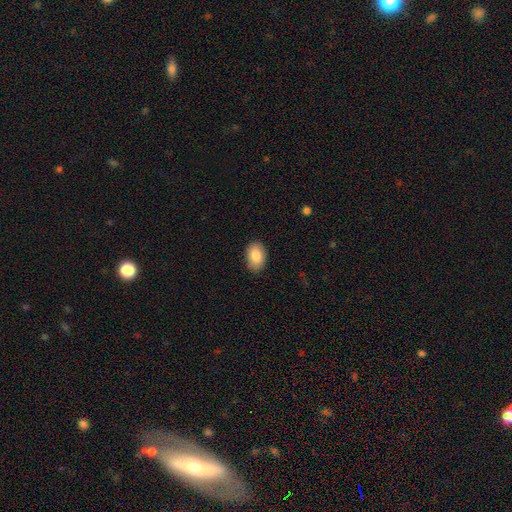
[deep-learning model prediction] Morphology: type=smooth (86%); roundness=in between (88%); merging=none (86%).